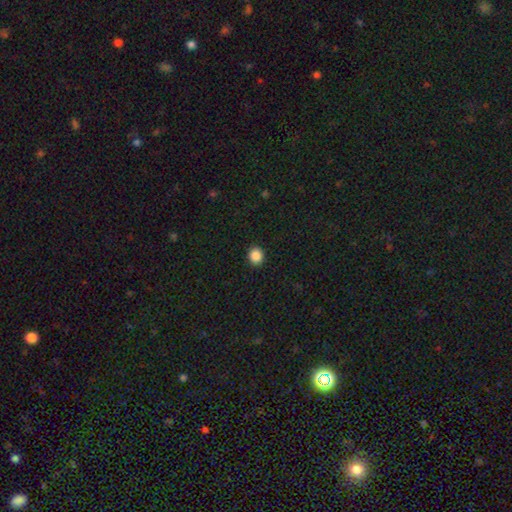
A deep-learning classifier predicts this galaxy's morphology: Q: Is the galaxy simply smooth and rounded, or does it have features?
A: smooth — 87%.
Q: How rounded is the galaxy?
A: round — 74%.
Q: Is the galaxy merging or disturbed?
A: none — 92%.